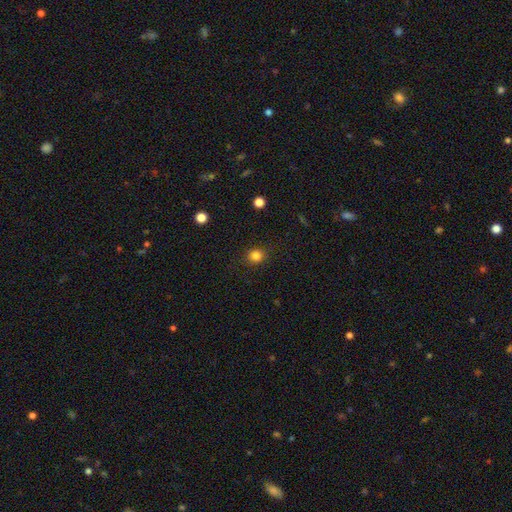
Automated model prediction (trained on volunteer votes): Smooth or featured? smooth (83%)
How rounded? round (86%)
Merging? none (89%)